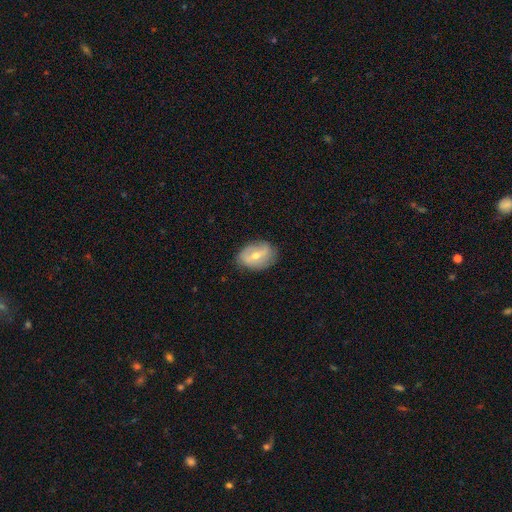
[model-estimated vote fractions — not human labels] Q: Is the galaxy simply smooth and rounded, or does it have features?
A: featured or disk — 58%.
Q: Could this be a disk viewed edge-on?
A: no — 93%.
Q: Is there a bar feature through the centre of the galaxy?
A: weak — 42%.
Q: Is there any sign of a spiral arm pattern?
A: yes — 60%.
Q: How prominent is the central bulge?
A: moderate — 62%.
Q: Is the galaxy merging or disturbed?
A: none — 78%.